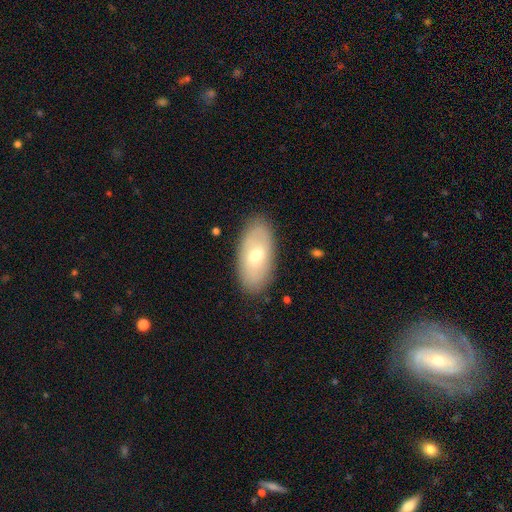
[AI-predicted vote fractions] smooth-or-featured: smooth: 58% | featured or disk: 35% | star or artifact: 7%
  how-rounded: in between: 91% | cigar-shaped: 6% | round: 3%
  merging: none: 85% | minor disturbance: 11% | major disturbance: 3% | merger: 1%